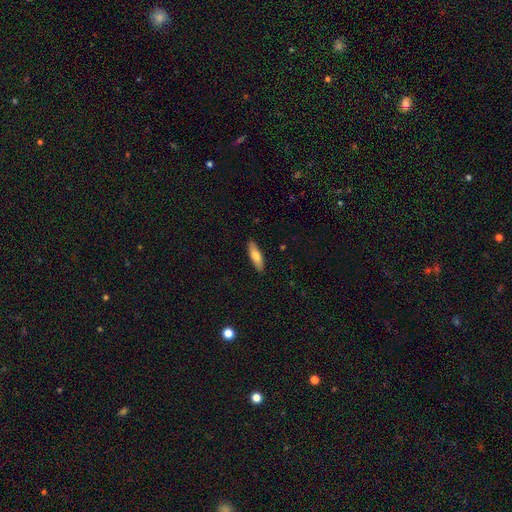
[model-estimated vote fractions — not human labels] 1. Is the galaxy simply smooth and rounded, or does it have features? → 75% smooth, 20% featured or disk, 6% star or artifact.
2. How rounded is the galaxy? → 52% cigar-shaped, 46% in between, 2% round.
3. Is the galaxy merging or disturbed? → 89% none, 8% minor disturbance, 2% major disturbance, 1% merger.